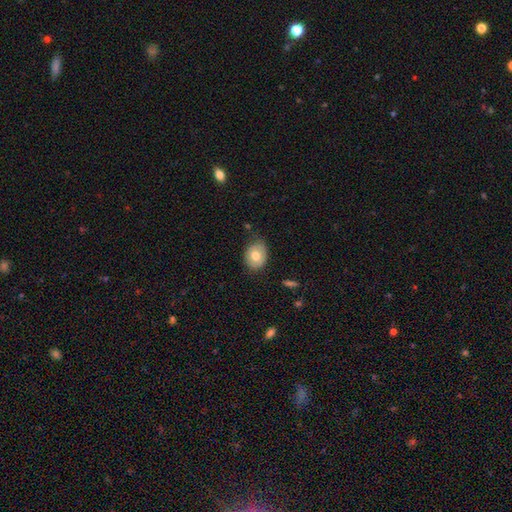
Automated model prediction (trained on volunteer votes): Overall: smooth (73%). How rounded: in between (53%; round 47%). Merging: none (67%).